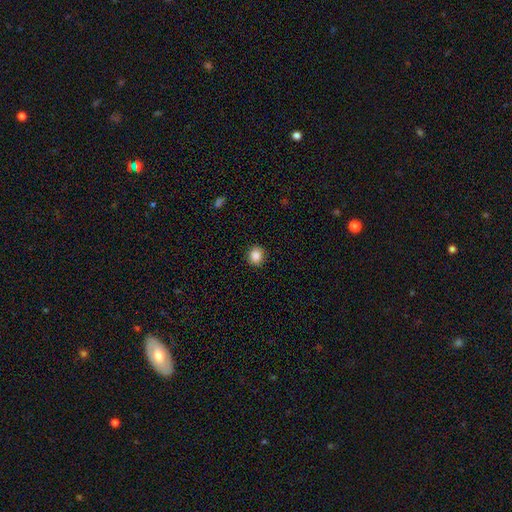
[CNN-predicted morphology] smooth-or-featured: smooth: 86% | star or artifact: 10% | featured or disk: 4%
  how-rounded: round: 76% | in between: 23% | cigar-shaped: 1%
  merging: none: 90% | minor disturbance: 7% | major disturbance: 2% | merger: 1%